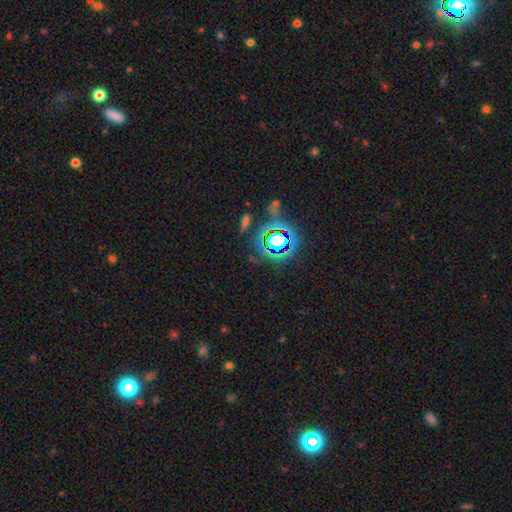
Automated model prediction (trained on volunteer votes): A star or artifact, not a galaxy (76%).

Vote fractions:
- Smooth or featured? star or artifact: 76% / smooth: 15% / featured or disk: 9%